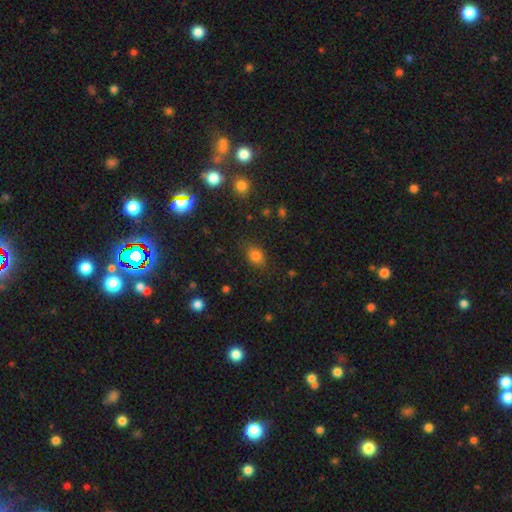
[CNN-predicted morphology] type=smooth (78%); roundness=in between (63%); merging=none (77%).